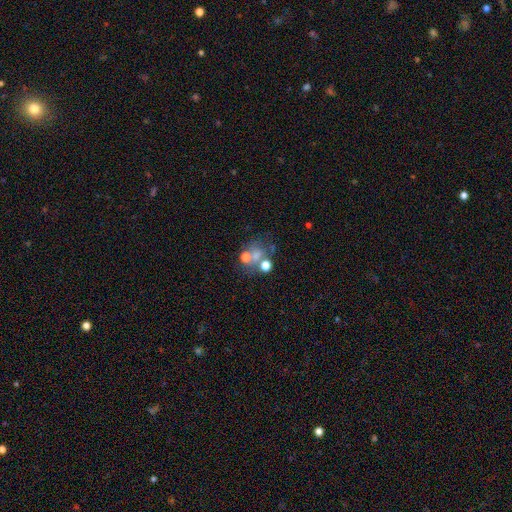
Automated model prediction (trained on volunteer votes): smooth-or-featured: smooth: 52% | featured or disk: 26% | star or artifact: 23%
  how-rounded: round: 65% | in between: 34% | cigar-shaped: 1%
  merging: none: 40% | merger: 36% | minor disturbance: 12% | major disturbance: 12%